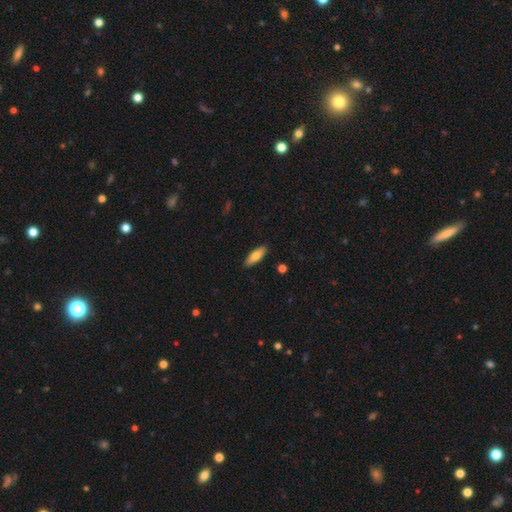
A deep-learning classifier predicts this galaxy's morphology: smooth 75%, featured or disk 19%, star or artifact 6%. Down the decision tree: how rounded — in between (59%); merging — none (89%).